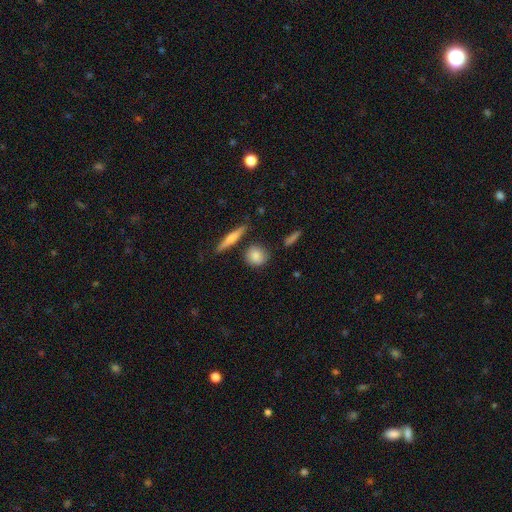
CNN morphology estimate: Smooth or featured? smooth (82%)
How rounded? round (70%)
Merging? none (77%)